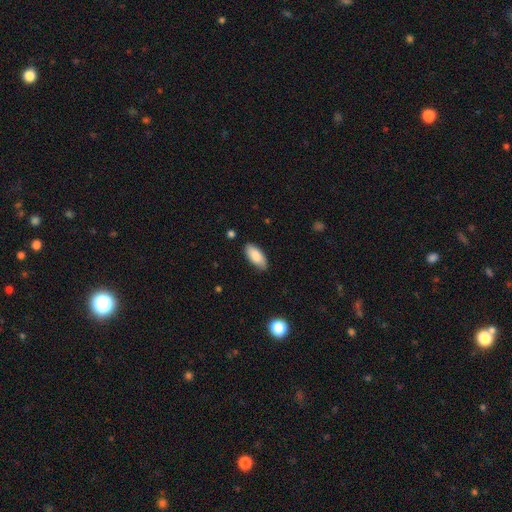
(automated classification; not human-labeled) smooth_or_featured: smooth (p=0.86) [alt: featured or disk p=0.08]
how_rounded: in between (p=0.88) [alt: cigar-shaped p=0.10]
merging: none (p=0.84) [alt: minor disturbance p=0.12]